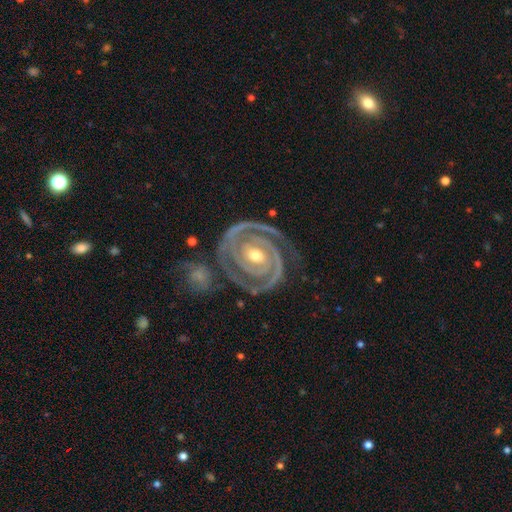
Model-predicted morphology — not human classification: This is clearly a featured or disk galaxy (94%). It is clearly not viewed edge-on (98%). Bar: possibly no (52%). Spiral arm pattern: clearly yes (98%). Spiral arm count: clearly 2 (86%). Spiral winding: clearly tight (84%). Central bulge: likely moderate (62%). Merging: likely none (76%).